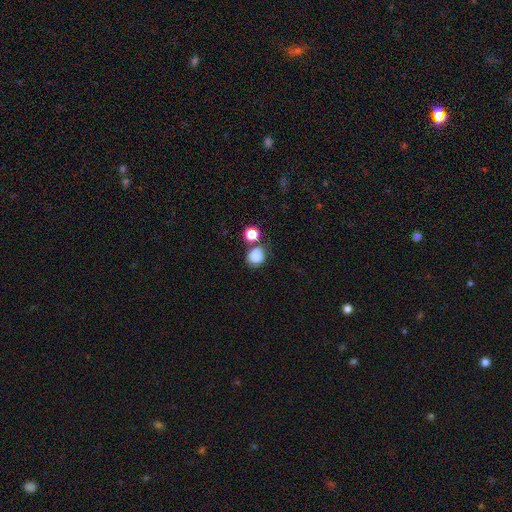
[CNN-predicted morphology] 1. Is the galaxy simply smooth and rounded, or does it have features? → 84% smooth, 10% star or artifact, 6% featured or disk.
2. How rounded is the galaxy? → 73% round, 26% in between, 1% cigar-shaped.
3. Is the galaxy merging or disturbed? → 60% none, 22% merger, 14% minor disturbance, 5% major disturbance.